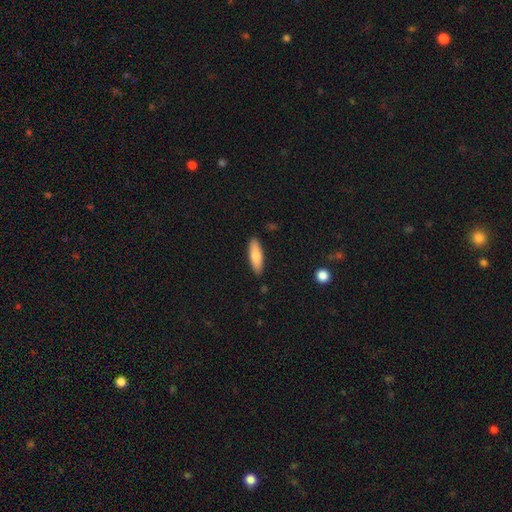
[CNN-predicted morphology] Smooth or featured? smooth (78%)
How rounded? cigar-shaped (50%)
Merging? none (87%)